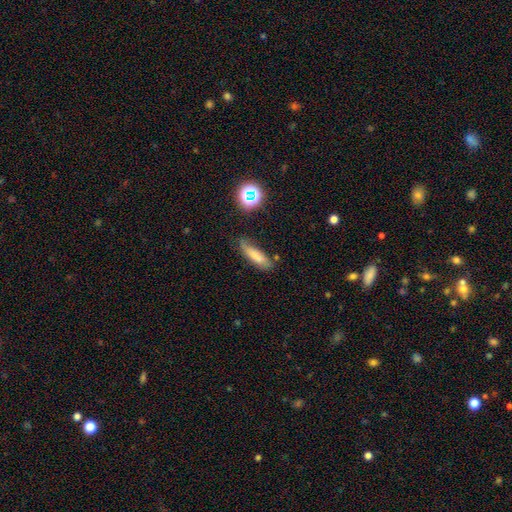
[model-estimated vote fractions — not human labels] smooth-or-featured: smooth: 72% | featured or disk: 16% | star or artifact: 12%
  how-rounded: cigar-shaped: 60% | in between: 37% | round: 3%
  merging: none: 64% | minor disturbance: 25% | major disturbance: 7% | merger: 5%